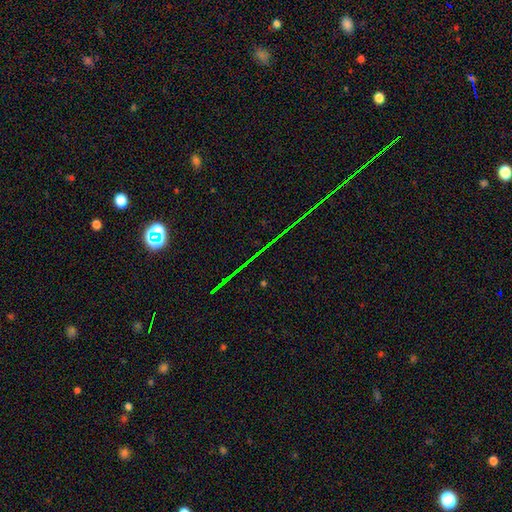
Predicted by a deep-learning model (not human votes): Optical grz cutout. It shows a star or artifact, not a galaxy (81%).